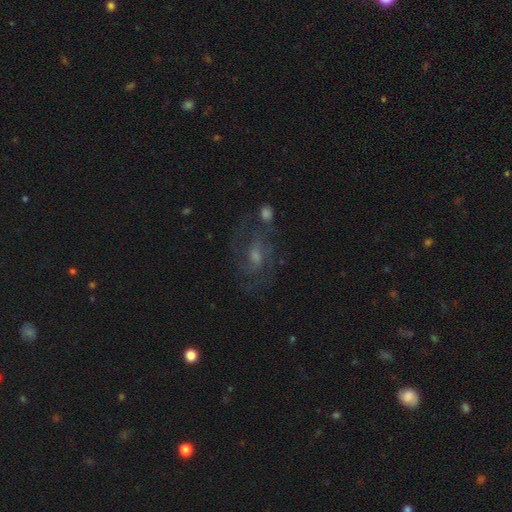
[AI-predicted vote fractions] A featured or disk galaxy (70%) with a weak bar (50%), 2 (51%) medium (51%) spiral arms (89%) and a small central bulge (42%, tied with moderate).

Vote fractions:
- Smooth or featured? featured or disk: 70% / star or artifact: 16% / smooth: 15%
- Edge-on disk? no: 96% / yes: 4%
- Bar? weak: 50% / no: 38% / strong: 12%
- Spiral arms? yes: 89% / no: 11%
- Spiral winding? medium: 51% / tight: 30% / loose: 19%
- Spiral arm count? 2: 51% / can't tell: 26% / 3: 11% / 1: 4% / 4: 4% / more than 4: 3%
- Bulge size? small: 42% (tied) / moderate: 42% (tied) / none: 9% / large: 6% / dominant: 1%
- Merging? none: 65% / minor disturbance: 16% / major disturbance: 12% / merger: 7%